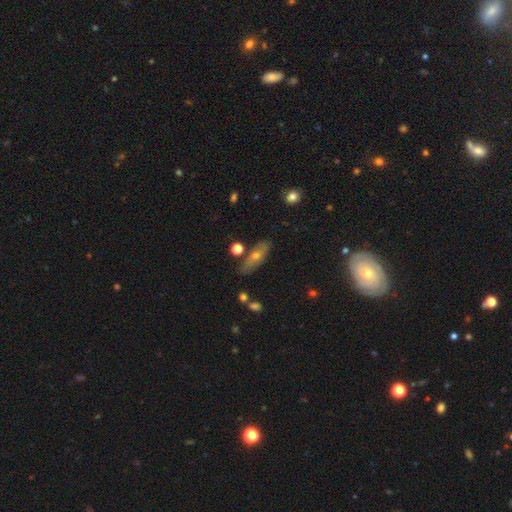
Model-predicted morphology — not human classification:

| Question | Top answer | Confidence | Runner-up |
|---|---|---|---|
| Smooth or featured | smooth | 50% | featured or disk (39%) |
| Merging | none | 77% | minor disturbance (15%) |